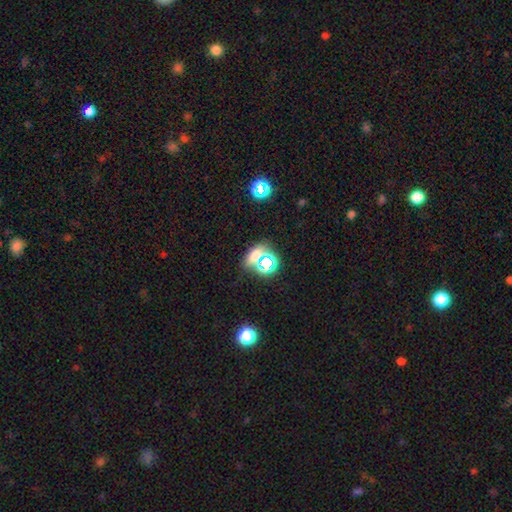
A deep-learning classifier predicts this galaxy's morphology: smooth 50%, star or artifact 40%, featured or disk 10%. Down the decision tree: merging — none (64%).